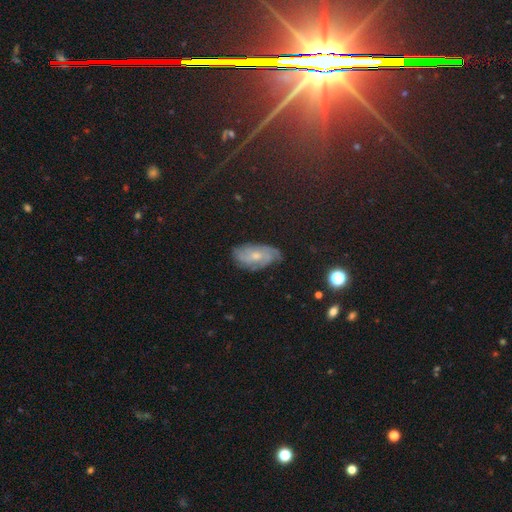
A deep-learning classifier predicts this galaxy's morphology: smooth_or_featured: featured or disk (p=0.65) [alt: smooth p=0.20]
disk_edge_on: no (p=0.95) [alt: yes p=0.05]
bar: no (p=0.70) [alt: weak p=0.26]
has_spiral_arms: yes (p=0.92) [alt: no p=0.08]
spiral_winding: tight (p=0.54) [alt: medium p=0.34]
spiral_arm_count: can't tell (p=0.37) [alt: 3 p=0.21]
bulge_size: moderate (p=0.49) [alt: small p=0.45]
merging: none (p=0.71) [alt: minor disturbance p=0.22]